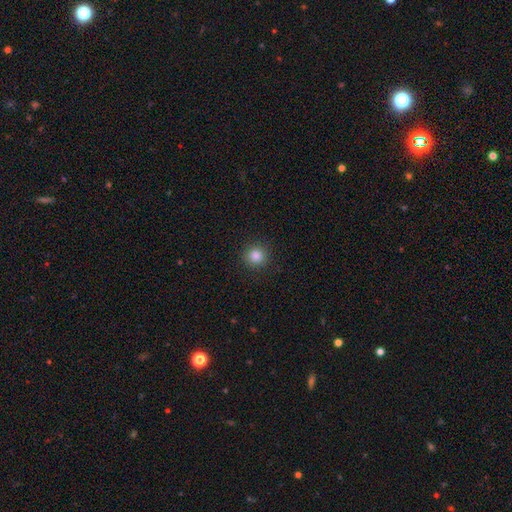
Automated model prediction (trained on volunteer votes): Morphology: type=smooth (85%); roundness=round (92%); merging=none (90%).